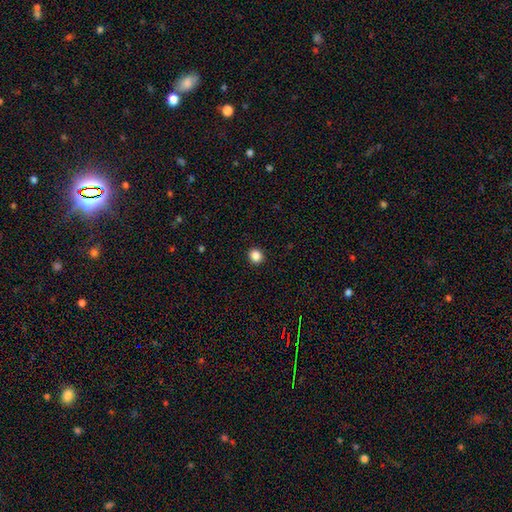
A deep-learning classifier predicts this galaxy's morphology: smooth-or-featured: smooth: 86% | star or artifact: 11% | featured or disk: 3%
  how-rounded: round: 86% | in between: 13% | cigar-shaped: 1%
  merging: none: 93% | minor disturbance: 5% | major disturbance: 2% | merger: 1%